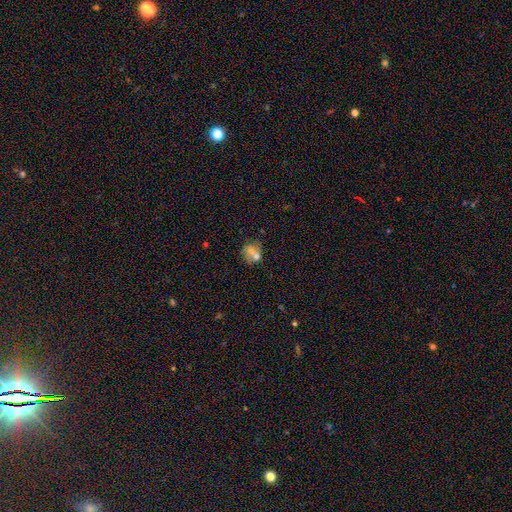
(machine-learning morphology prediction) This is possibly a smooth galaxy (57%). How rounded: likely round (63%). Merging: marginally none (42%).